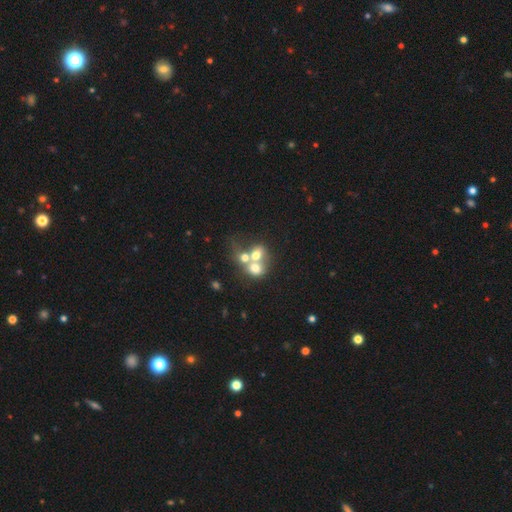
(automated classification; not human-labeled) smooth 61%, featured or disk 26%, star or artifact 13%. Down the decision tree: how rounded — round (59%); merging — merger (69%).